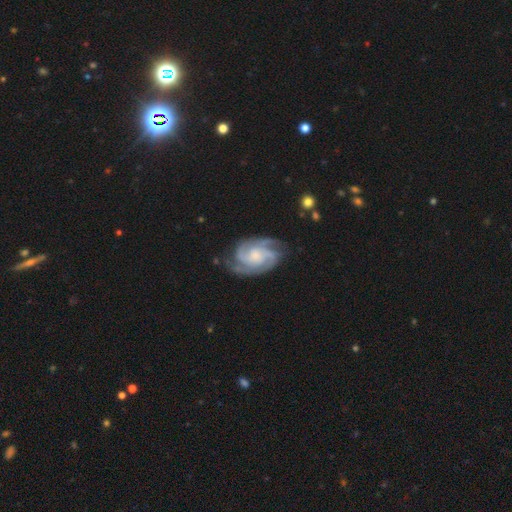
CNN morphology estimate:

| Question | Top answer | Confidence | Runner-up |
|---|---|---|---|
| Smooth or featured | featured or disk | 90% | smooth (5%) |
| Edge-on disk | no | 98% | yes (2%) |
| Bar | no | 64% | weak (29%) |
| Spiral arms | yes | 98% | no (2%) |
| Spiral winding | tight | 52% | medium (41%) |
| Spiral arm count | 3 | 50% | 2 (22%) |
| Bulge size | small | 45% | moderate (37%) |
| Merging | none | 74% | minor disturbance (18%) |